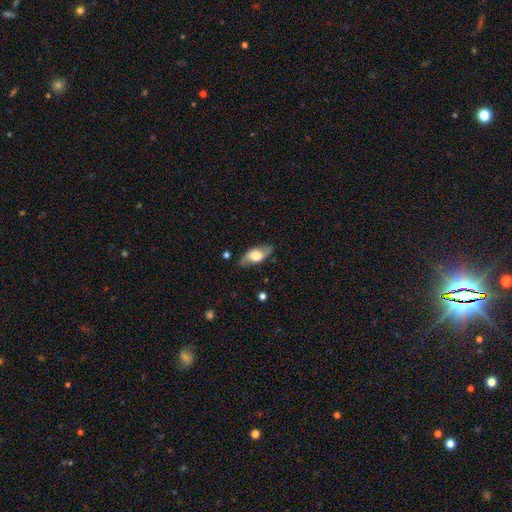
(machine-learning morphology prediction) Smooth or featured? Predicted: smooth (p=0.50). Merging? Predicted: none (p=0.79).